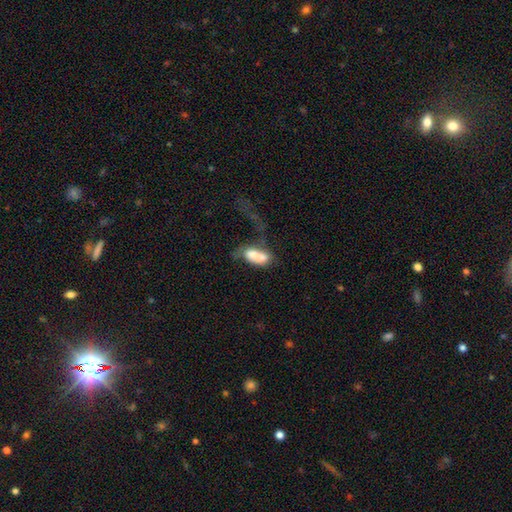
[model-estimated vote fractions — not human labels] The model was most divided on "merging": merger: 45%, major disturbance: 26%, none: 16%, minor disturbance: 13%. More confident: how rounded — in between (83%); smooth or featured — smooth (66%).